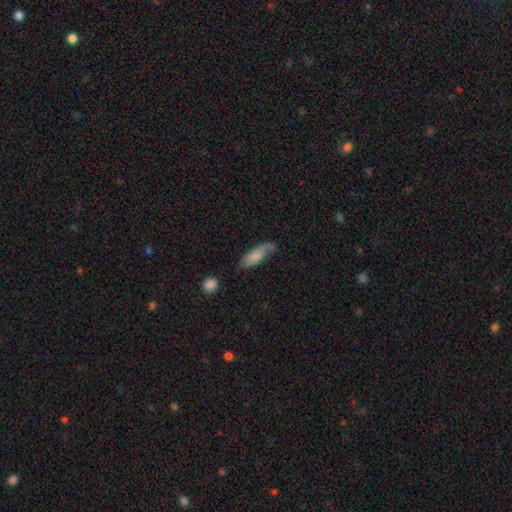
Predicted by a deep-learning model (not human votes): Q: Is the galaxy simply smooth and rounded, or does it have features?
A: smooth — 74%.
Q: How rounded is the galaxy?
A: in between — 61%.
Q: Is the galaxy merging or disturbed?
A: none — 54%.